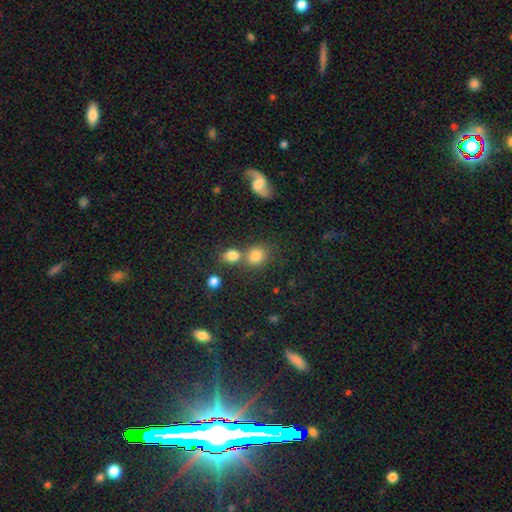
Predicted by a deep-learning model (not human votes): Morphology: type=smooth (80%); roundness=round (70%); merging=none (53%).